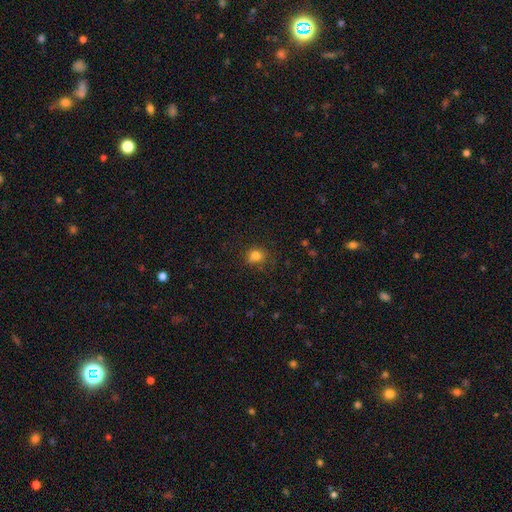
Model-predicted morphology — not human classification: smooth_or_featured: smooth (p=0.80) [alt: star or artifact p=0.14]
how_rounded: round (p=0.70) [alt: in between p=0.29]
merging: none (p=0.72) [alt: minor disturbance p=0.19]